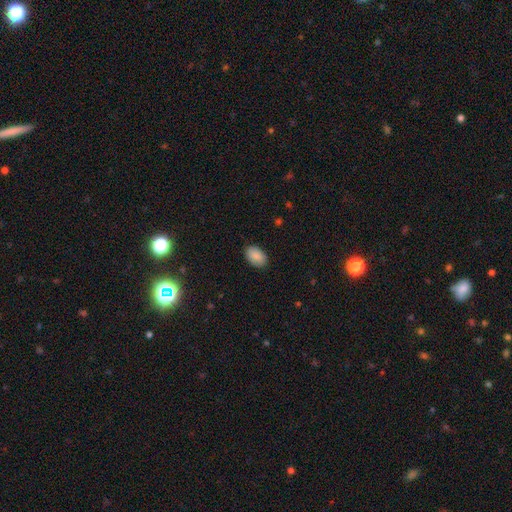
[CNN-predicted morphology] smooth_or_featured: smooth (p=0.89) [alt: star or artifact p=0.07]
how_rounded: in between (p=0.90) [alt: round p=0.09]
merging: none (p=0.88) [alt: minor disturbance p=0.09]